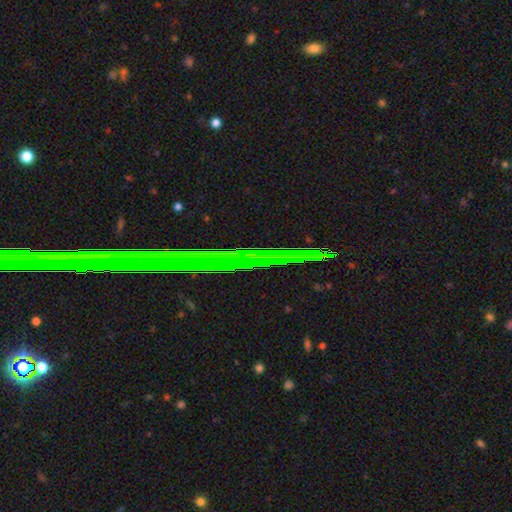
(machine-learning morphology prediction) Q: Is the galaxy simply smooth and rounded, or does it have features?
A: star or artifact — 71%.